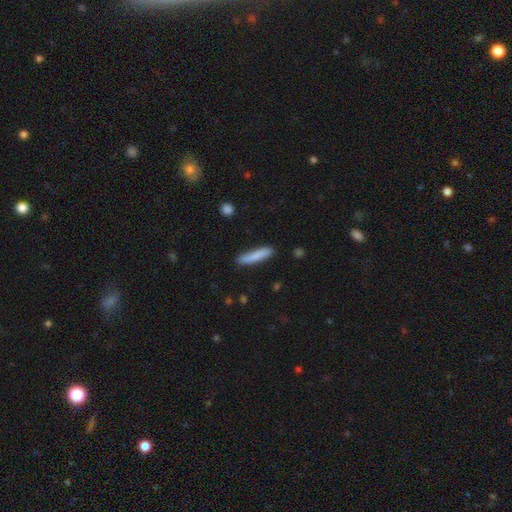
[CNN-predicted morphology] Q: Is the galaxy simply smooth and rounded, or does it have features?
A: smooth — 81%.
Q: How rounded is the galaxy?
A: cigar-shaped — 87%.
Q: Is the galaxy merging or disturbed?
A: none — 83%.